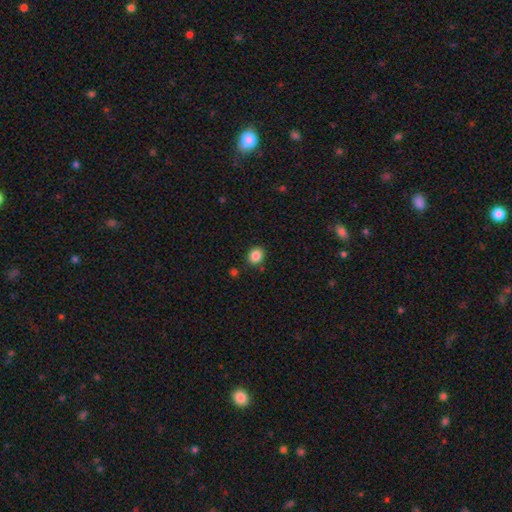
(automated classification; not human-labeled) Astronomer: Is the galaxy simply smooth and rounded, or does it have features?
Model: smooth — 86%.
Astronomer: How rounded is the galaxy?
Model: round — 62%.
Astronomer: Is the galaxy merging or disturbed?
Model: none — 86%.